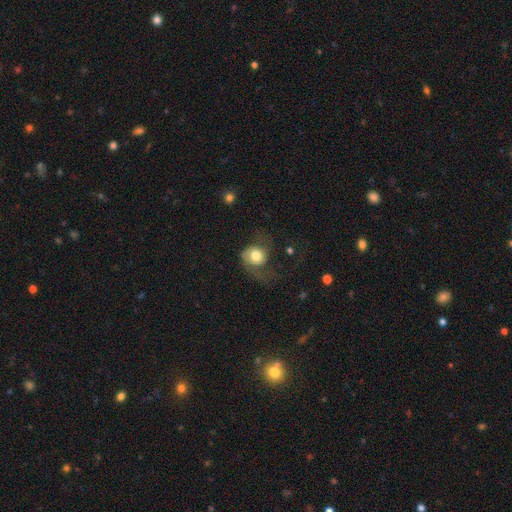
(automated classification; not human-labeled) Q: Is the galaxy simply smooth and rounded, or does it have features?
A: smooth — 58%.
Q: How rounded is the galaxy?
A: round — 73%.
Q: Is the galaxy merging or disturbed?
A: major disturbance — 46%.